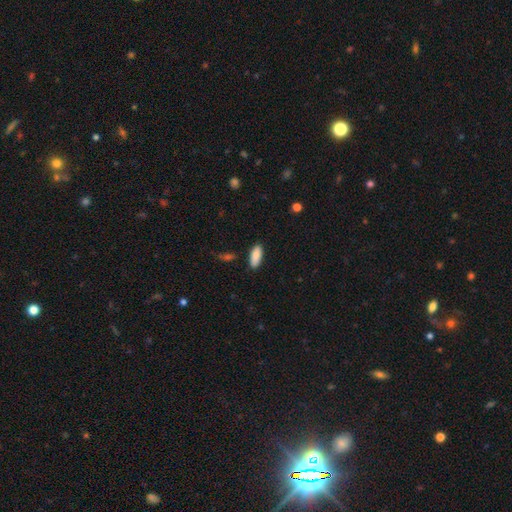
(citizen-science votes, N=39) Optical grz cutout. It shows a smooth galaxy with no disk features (82%) that is in between round and cigar-shaped (62%). Merging: none (83%).